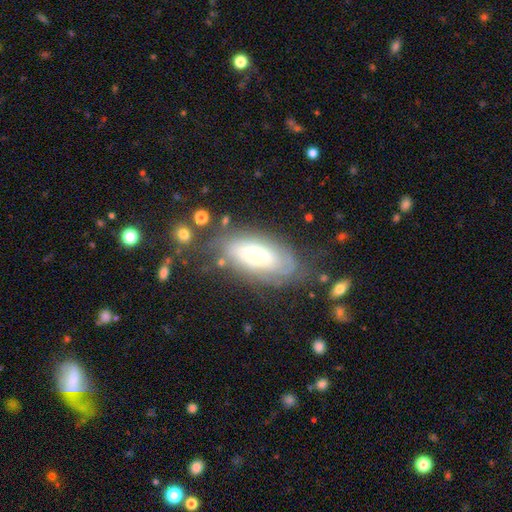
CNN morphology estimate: type=featured or disk (56%); edge-on=no (86%); merging=none (64%).